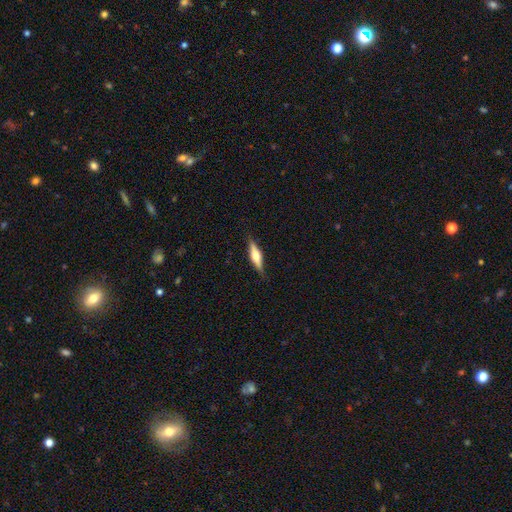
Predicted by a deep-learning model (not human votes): Smooth or featured?
  - featured or disk: 55% *
  - smooth: 39%
  - star or artifact: 6%
Edge-on disk?
  - yes: 95% *
  - no: 5%
Edge-on bulge?
  - rounded: 86% *
  - boxy: 10%
  - none: 4%
Merging?
  - none: 86% *
  - minor disturbance: 11%
  - major disturbance: 2%
  - merger: 1%